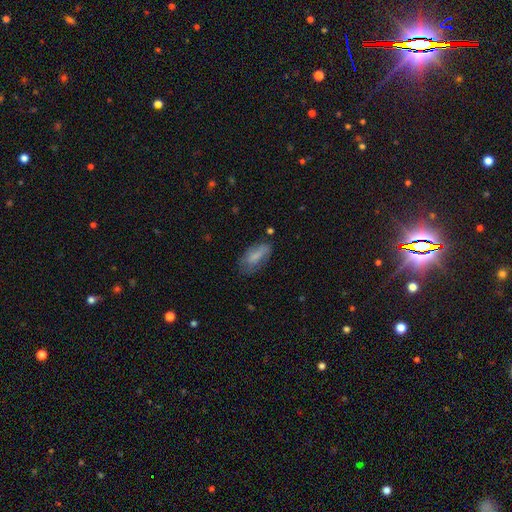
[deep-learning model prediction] smooth 70%, featured or disk 22%, star or artifact 8%. Down the decision tree: how rounded — in between (83%); merging — none (55%).